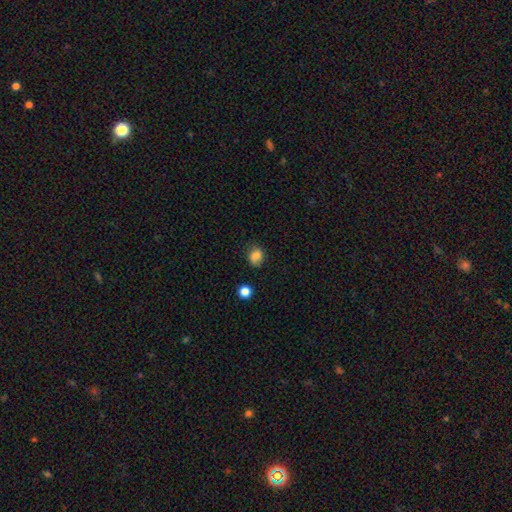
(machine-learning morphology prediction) smooth 80%, star or artifact 11%, featured or disk 9%. Down the decision tree: how rounded — round (61%); merging — none (67%).